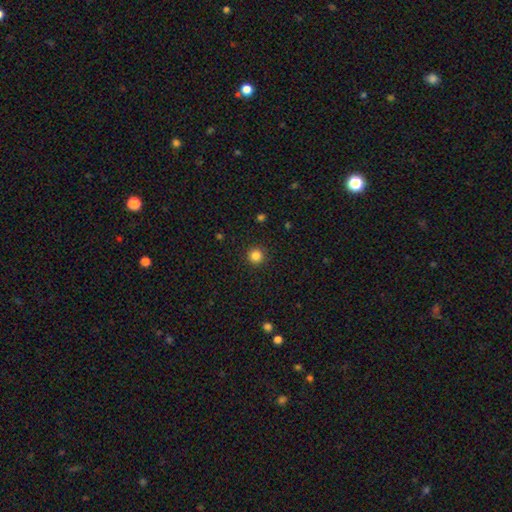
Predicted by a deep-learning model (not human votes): Smooth or featured: smooth — 84% (star or artifact — 12%)
How rounded: round — 96% (in between — 3%)
Merging: none — 92% (minor disturbance — 5%)